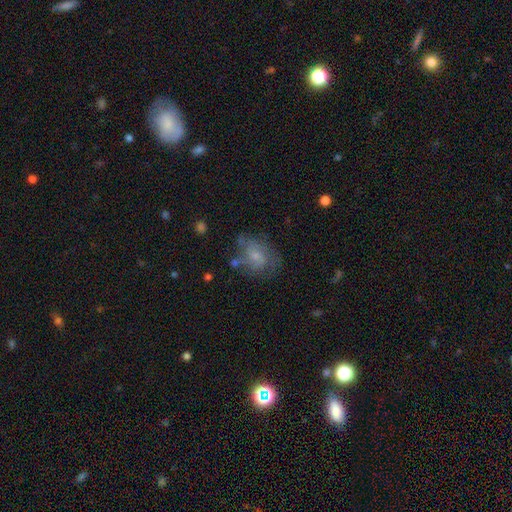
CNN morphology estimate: Q: Smooth or featured?
A: featured or disk (47%); runner-up: smooth (43%)
Q: Merging?
A: none (52%); runner-up: minor disturbance (25%)